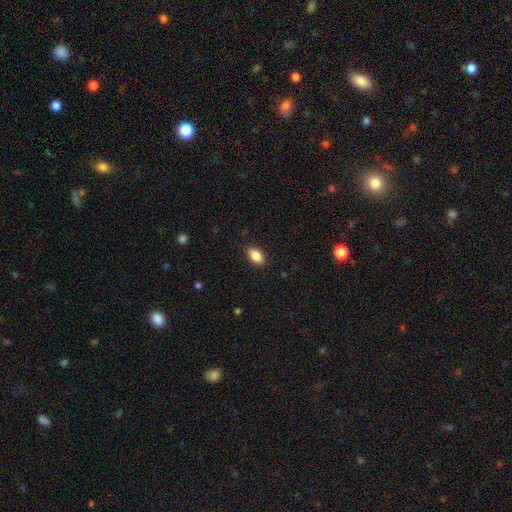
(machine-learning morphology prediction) Smooth or featured? Predicted: smooth (p=0.87). How rounded? Predicted: in between (p=0.90). Merging? Predicted: none (p=0.88).